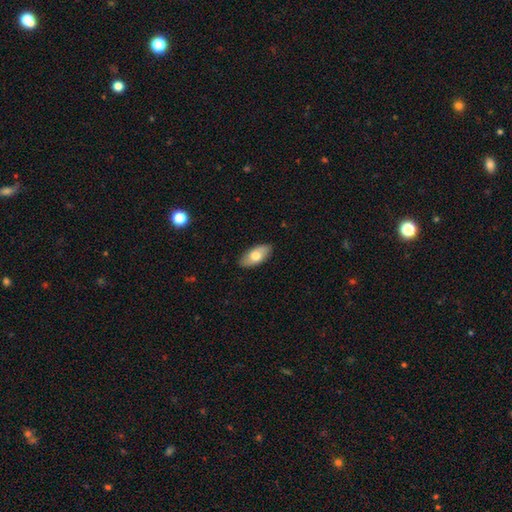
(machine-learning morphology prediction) The model was most divided on "smooth or featured": smooth: 71%, featured or disk: 23%, star or artifact: 6%. More confident: how rounded — in between (92%); merging — none (87%).